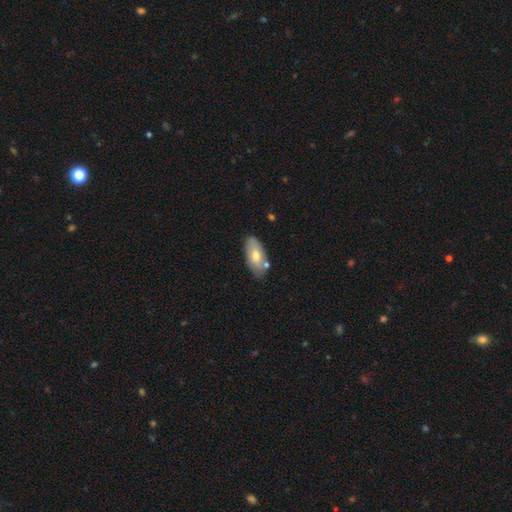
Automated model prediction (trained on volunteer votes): Overall: smooth (65%; featured or disk 29%). How rounded: in between (92%). Merging: none (71%).